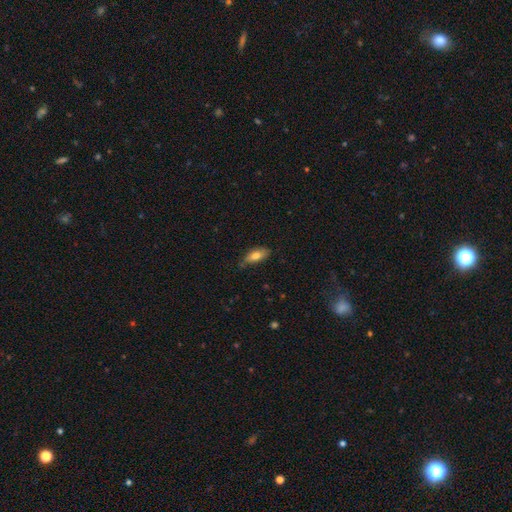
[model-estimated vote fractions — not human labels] Smooth or featured?
  - smooth: 75% *
  - featured or disk: 18%
  - star or artifact: 7%
How rounded?
  - in between: 80% *
  - cigar-shaped: 17%
  - round: 3%
Merging?
  - none: 65% *
  - minor disturbance: 28%
  - major disturbance: 5%
  - merger: 2%